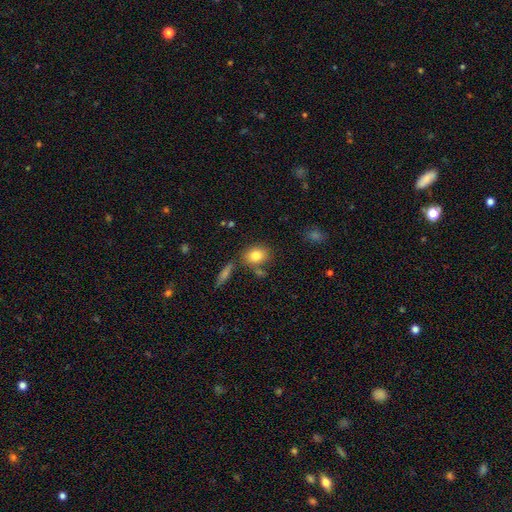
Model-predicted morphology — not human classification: Smooth or featured?
  - smooth: 81% *
  - featured or disk: 11%
  - star or artifact: 9%
How rounded?
  - in between: 57% *
  - round: 41%
  - cigar-shaped: 2%
Merging?
  - none: 71% *
  - minor disturbance: 14%
  - merger: 11%
  - major disturbance: 4%